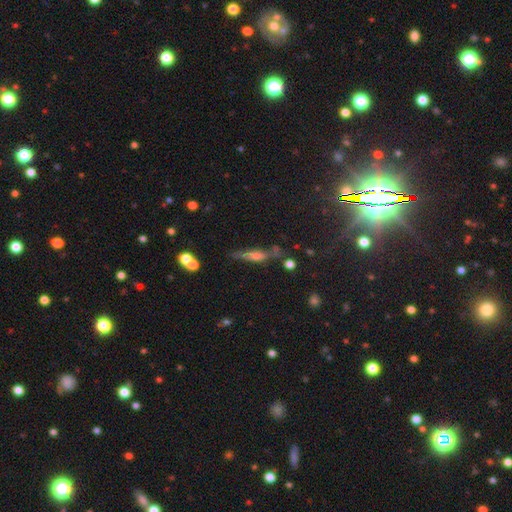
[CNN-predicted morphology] featured or disk 50%, smooth 36%, star or artifact 14%. Down the decision tree: merging — none (63%).